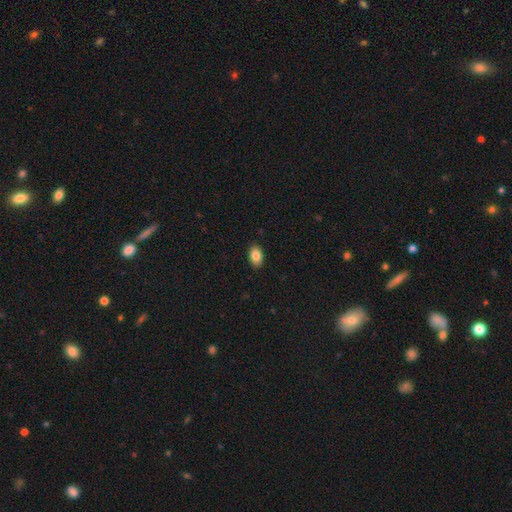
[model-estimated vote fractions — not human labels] This appears to be a smooth galaxy with no disk features (85%) that is in between round and cigar-shaped (90%). Merging: none (89%).